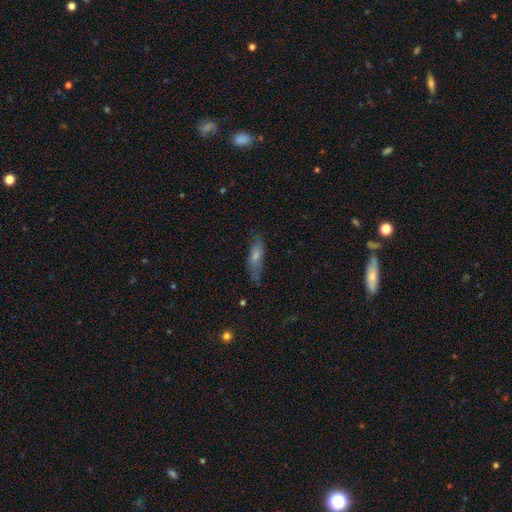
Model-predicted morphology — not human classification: Overall: smooth (48%; featured or disk 39%). Merging: none (74%).